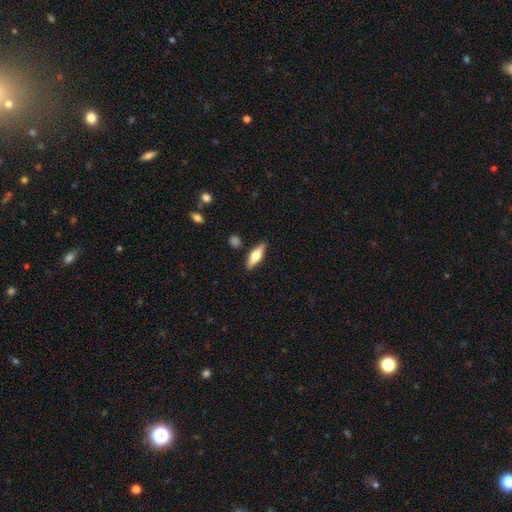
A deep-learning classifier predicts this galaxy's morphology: smooth_or_featured: smooth (p=0.50) [alt: featured or disk p=0.44]
how_rounded: in between (p=0.51) [alt: cigar-shaped p=0.46]
merging: none (p=0.86) [alt: minor disturbance p=0.09]